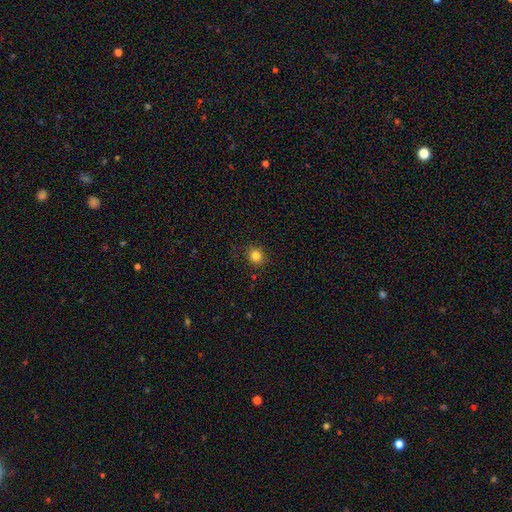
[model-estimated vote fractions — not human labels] smooth_or_featured: smooth (p=0.82) [alt: star or artifact p=0.12]
how_rounded: round (p=0.80) [alt: in between p=0.19]
merging: none (p=0.87) [alt: minor disturbance p=0.09]